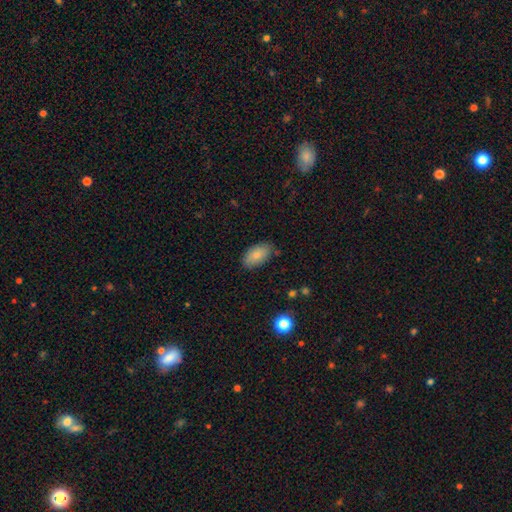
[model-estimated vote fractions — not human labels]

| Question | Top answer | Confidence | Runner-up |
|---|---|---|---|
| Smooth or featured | smooth | 83% | featured or disk (10%) |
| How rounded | in between | 94% | round (4%) |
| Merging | none | 81% | minor disturbance (15%) |